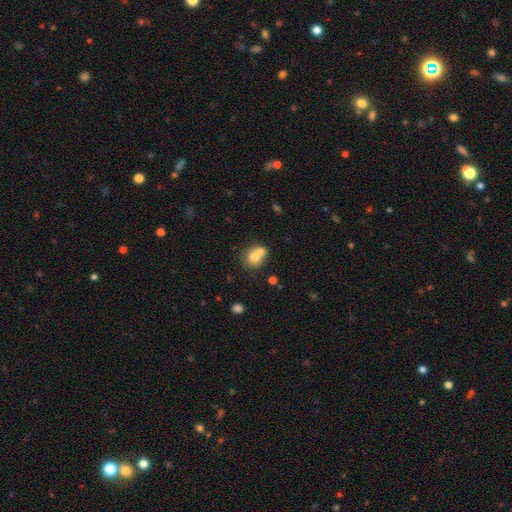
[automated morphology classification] Smooth or featured?
  - smooth: 71% *
  - featured or disk: 18%
  - star or artifact: 10%
How rounded?
  - round: 74% *
  - in between: 25%
  - cigar-shaped: 1%
Merging?
  - merger: 55% *
  - none: 34%
  - minor disturbance: 8%
  - major disturbance: 3%